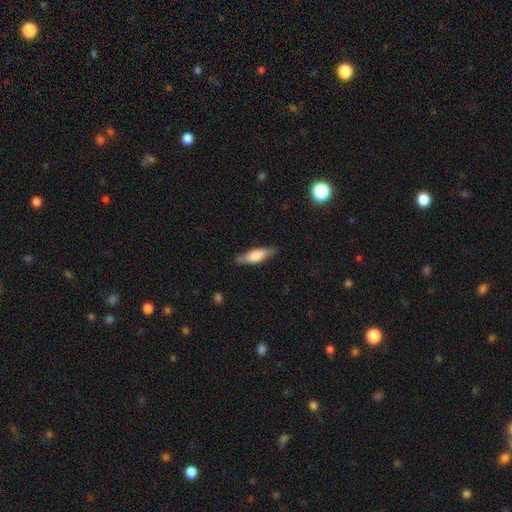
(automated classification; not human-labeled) Smooth or featured?
  - smooth: 66% *
  - featured or disk: 28%
  - star or artifact: 6%
How rounded?
  - cigar-shaped: 54% *
  - in between: 44%
  - round: 2%
Merging?
  - none: 80% *
  - minor disturbance: 15%
  - major disturbance: 3%
  - merger: 1%